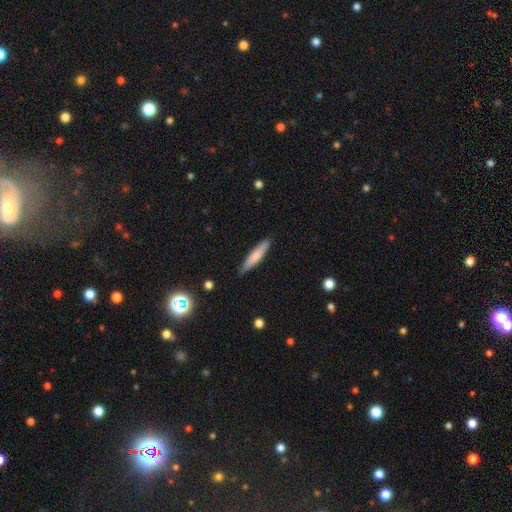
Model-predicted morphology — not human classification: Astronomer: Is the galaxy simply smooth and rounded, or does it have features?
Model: smooth — 73%.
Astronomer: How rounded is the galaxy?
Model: cigar-shaped — 88%.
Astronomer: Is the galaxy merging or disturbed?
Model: none — 86%.